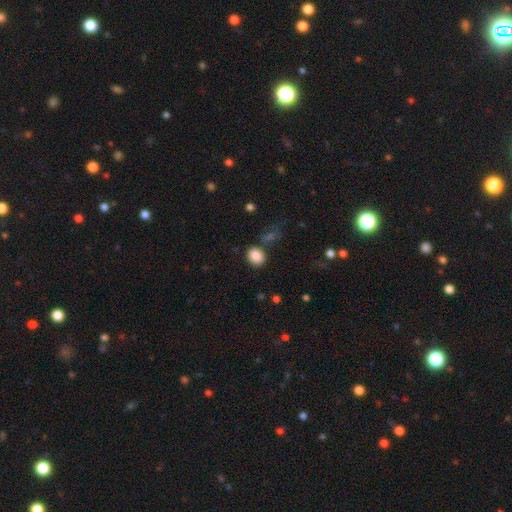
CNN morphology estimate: This is clearly a smooth galaxy (87%). How rounded: possibly round (55%). Merging: likely none (77%).